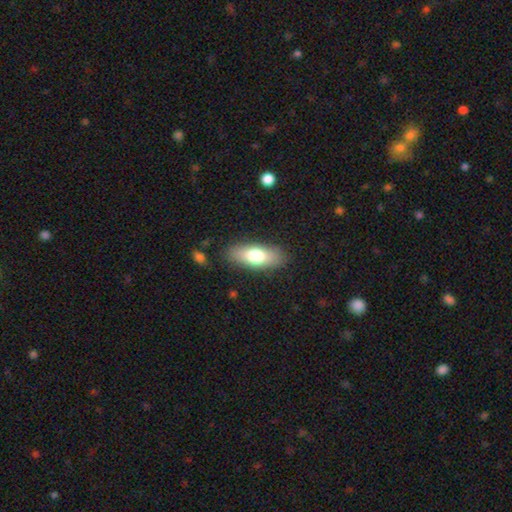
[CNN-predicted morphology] This is likely a smooth galaxy (71%). How rounded: likely in between (76%). Merging: clearly none (85%).